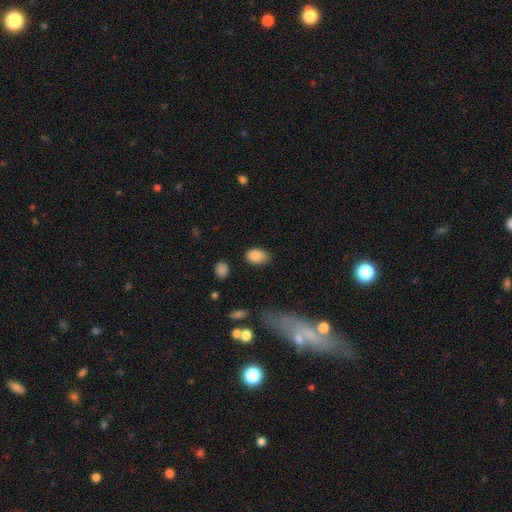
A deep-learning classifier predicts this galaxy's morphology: smooth-or-featured: smooth: 87% | star or artifact: 8% | featured or disk: 5%
  how-rounded: in between: 84% | round: 15% | cigar-shaped: 1%
  merging: none: 73% | minor disturbance: 20% | major disturbance: 5% | merger: 3%